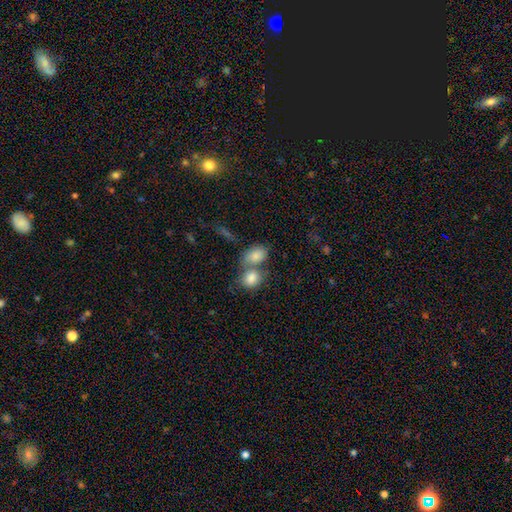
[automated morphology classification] A smooth galaxy with no disk features (81%) that is in between round and cigar-shaped (74%). Merging: merger (59%).